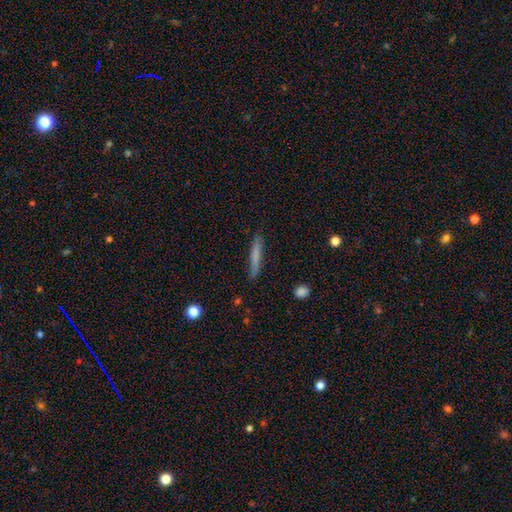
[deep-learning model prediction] This appears to be a smooth galaxy with no disk features (69%) that is cigar-shaped (95%). Merging: none (87%).